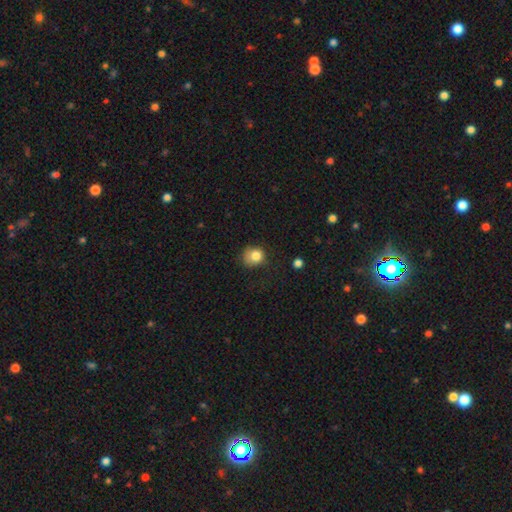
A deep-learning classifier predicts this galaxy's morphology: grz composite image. It shows a smooth galaxy with no disk features (81%) that is round (76%). Merging: none (52%).